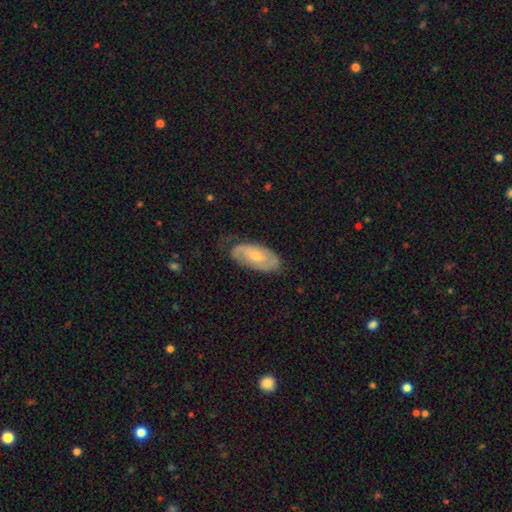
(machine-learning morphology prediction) Smooth or featured?
  - featured or disk: 71% *
  - smooth: 23%
  - star or artifact: 6%
Edge-on disk?
  - no: 93% *
  - yes: 7%
Bar?
  - no: 58% *
  - weak: 34%
  - strong: 8%
Spiral arms?
  - yes: 87% *
  - no: 13%
Spiral winding?
  - tight: 50% *
  - medium: 36%
  - loose: 13%
Spiral arm count?
  - 2: 69% *
  - can't tell: 19%
  - 1: 8%
  - 3: 2%
  - 4: 1%
  - more than 4: 1%
Bulge size?
  - moderate: 49% *
  - small: 45%
  - large: 2%
  - none: 2%
  - dominant: 1%
Merging?
  - none: 71% *
  - minor disturbance: 21%
  - major disturbance: 7%
  - merger: 1%